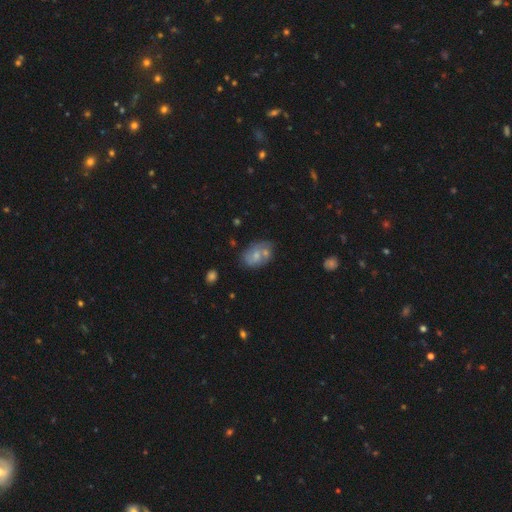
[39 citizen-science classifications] This is likely a smooth galaxy (69%). How rounded: clearly in between (85%). Merging: marginally merger (45%).